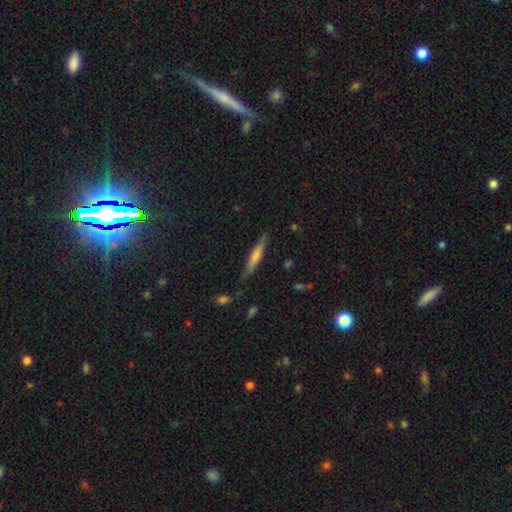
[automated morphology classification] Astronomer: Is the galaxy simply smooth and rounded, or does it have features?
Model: featured or disk — 49% (runner-up: smooth, 43%).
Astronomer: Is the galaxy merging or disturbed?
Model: none — 86%.